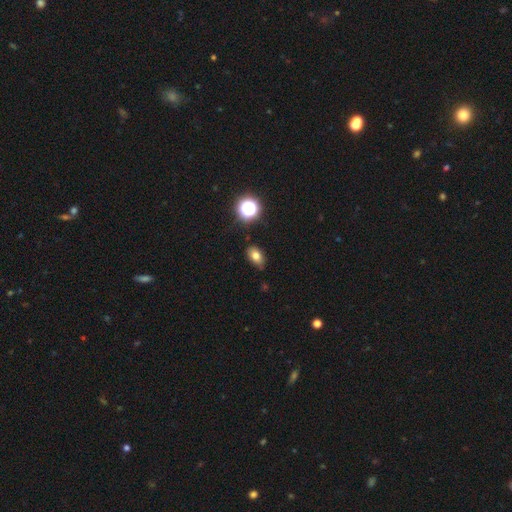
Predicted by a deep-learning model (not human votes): A smooth galaxy with no disk features (76%) that is in between round and cigar-shaped (83%).

Vote fractions:
- Smooth or featured? smooth: 76% / star or artifact: 14% / featured or disk: 10%
- How rounded? in between: 83% / round: 15% / cigar-shaped: 2%
- Merging? none: 79% / minor disturbance: 16% / major disturbance: 3% / merger: 2%